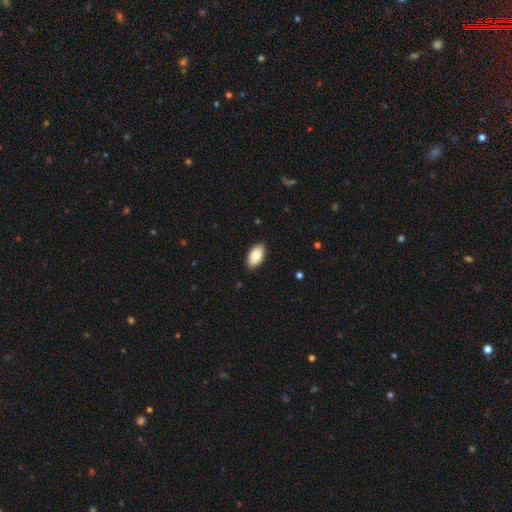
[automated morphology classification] smooth 85%, featured or disk 9%, star or artifact 6%. Down the decision tree: how rounded — in between (95%); merging — none (89%).